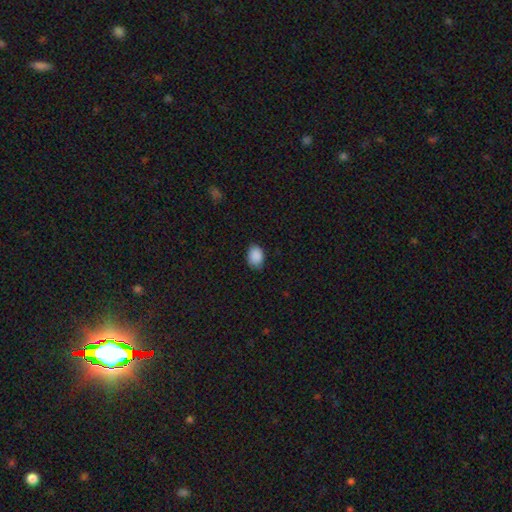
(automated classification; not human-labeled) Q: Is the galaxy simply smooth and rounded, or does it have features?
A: smooth — 89%.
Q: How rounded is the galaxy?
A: in between — 74%.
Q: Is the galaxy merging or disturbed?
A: none — 81%.